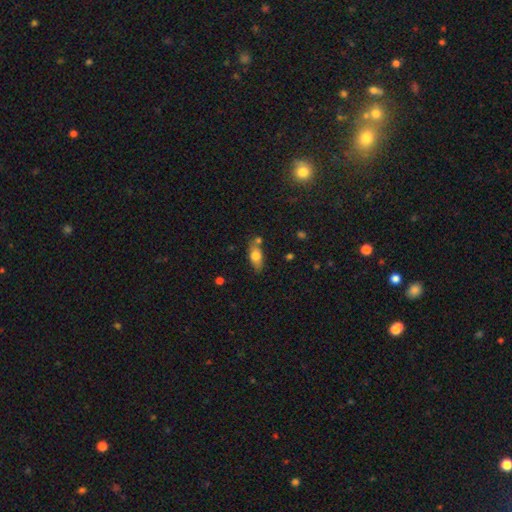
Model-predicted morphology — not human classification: type=smooth (69%); roundness=in between (79%); merging=none (65%).